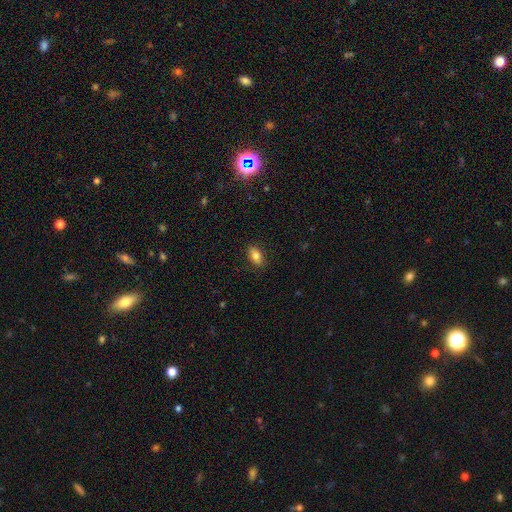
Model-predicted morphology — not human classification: Smooth or featured?
  - smooth: 82% *
  - featured or disk: 9%
  - star or artifact: 9%
How rounded?
  - in between: 88% *
  - cigar-shaped: 6%
  - round: 6%
Merging?
  - none: 86% *
  - minor disturbance: 10%
  - major disturbance: 3%
  - merger: 1%